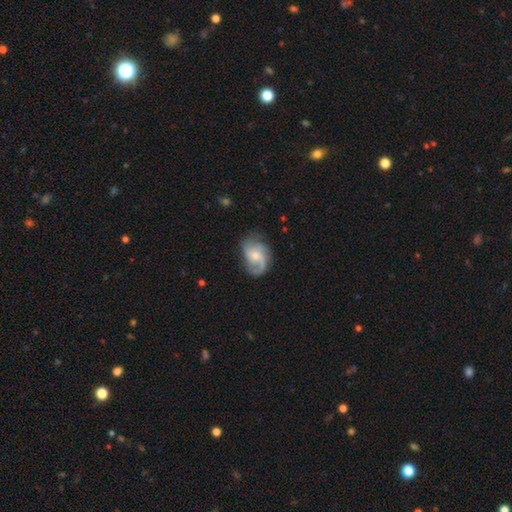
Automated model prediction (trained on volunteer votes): Smooth or featured? featured or disk (79%)
Edge-on disk? no (98%)
Bar? no (64%)
Spiral arms? yes (95%)
Spiral winding? medium (47%)
Spiral arm count? 2 (45%)
Bulge size? small (53%)
Merging? none (65%)